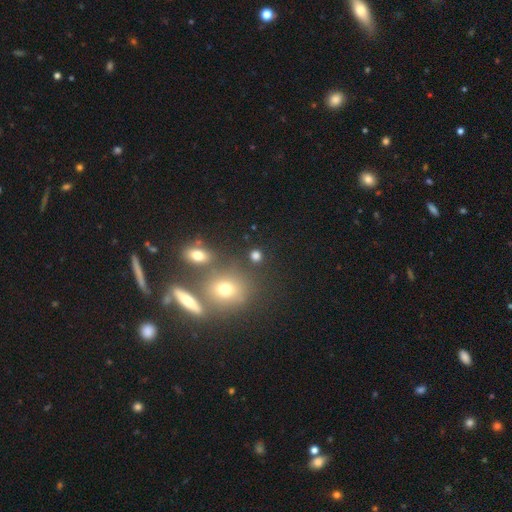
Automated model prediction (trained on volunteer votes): The model was most divided on "smooth or featured": smooth: 73%, star or artifact: 19%, featured or disk: 8%. More confident: merging — none (76%); how rounded — round (76%).